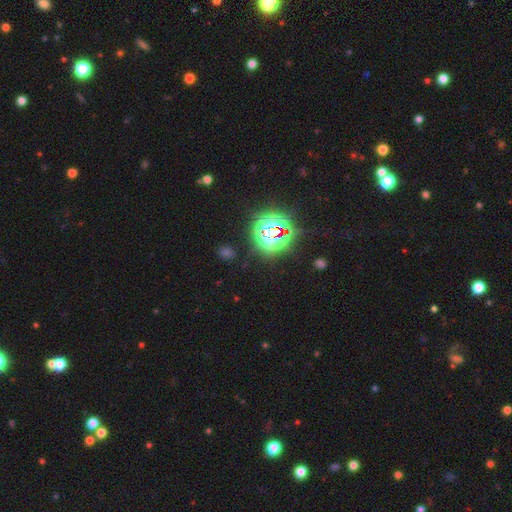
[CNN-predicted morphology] Overall: star or artifact (81%).